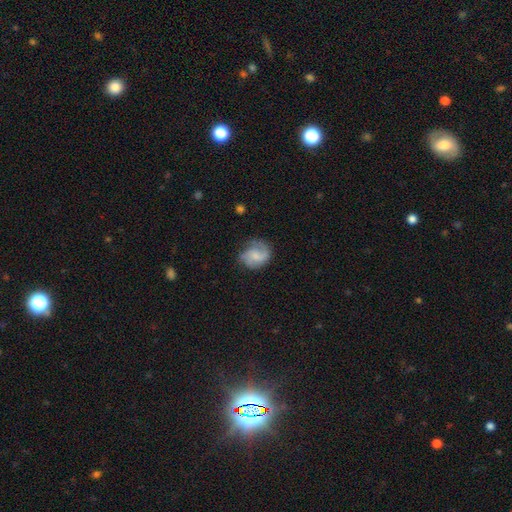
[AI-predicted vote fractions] Smooth or featured? featured or disk (54%)
Edge-on disk? no (98%)
Bar? no (52%)
Spiral arms? yes (89%)
Bulge size? small (40%)
Merging? none (60%)